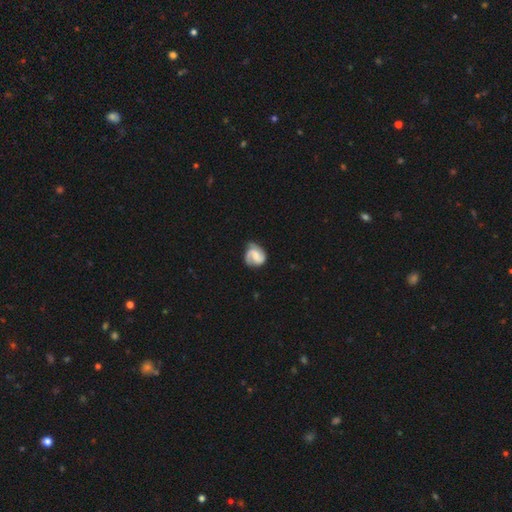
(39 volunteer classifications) Smooth or featured: featured or disk — 82% (smooth — 15%)
Edge-on disk: no — 97% (yes — 3%)
Bar: no — 52% (weak — 42%)
Spiral arms: yes — 97% (no — 3%)
Spiral winding: tight — 47% (medium — 37%)
Spiral arm count: 2 — 73% (3 — 10%)
Bulge size: moderate — 45% (small — 42%)
Merging: none — 55% (minor disturbance — 34%)